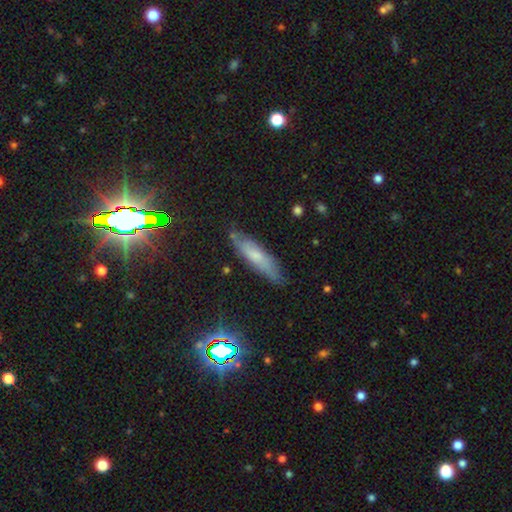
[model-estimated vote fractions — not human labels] Smooth or featured? smooth (57%)
How rounded? cigar-shaped (73%)
Merging? none (77%)